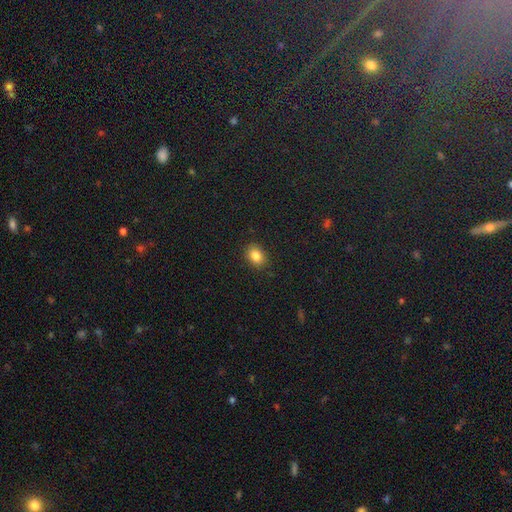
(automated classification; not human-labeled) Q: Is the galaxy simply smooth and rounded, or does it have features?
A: smooth — 84%.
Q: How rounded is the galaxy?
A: in between — 62%.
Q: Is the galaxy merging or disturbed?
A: none — 87%.